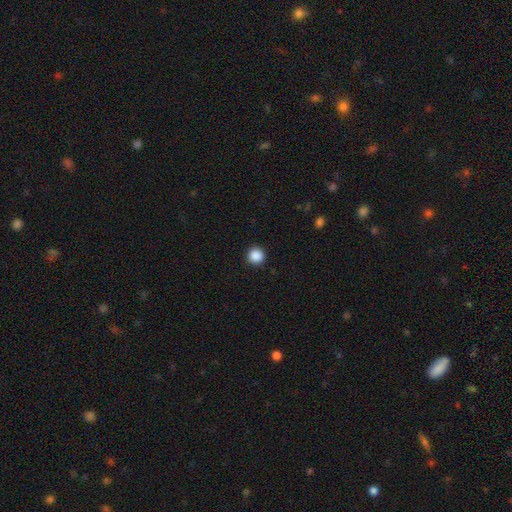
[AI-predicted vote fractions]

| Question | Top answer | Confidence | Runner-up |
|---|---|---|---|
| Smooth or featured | smooth | 88% | star or artifact (9%) |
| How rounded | round | 95% | in between (4%) |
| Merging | none | 92% | minor disturbance (5%) |